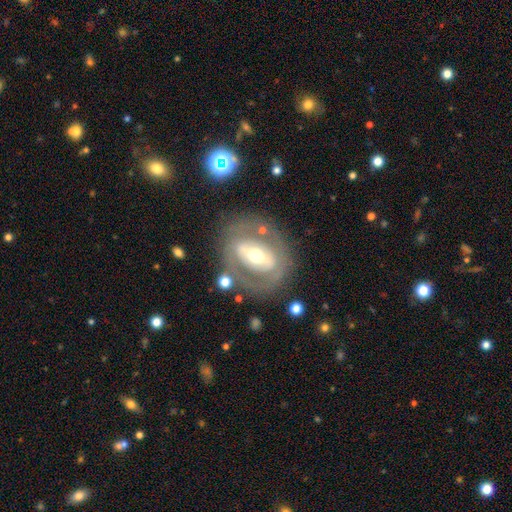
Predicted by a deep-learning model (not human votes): The model was most divided on "bar": strong: 48%, weak: 26%, no: 25%. More confident: edge-on disk — no (91%); spiral arms — no (72%); merging — none (70%); smooth or featured — featured or disk (69%); bulge size — moderate (66%).